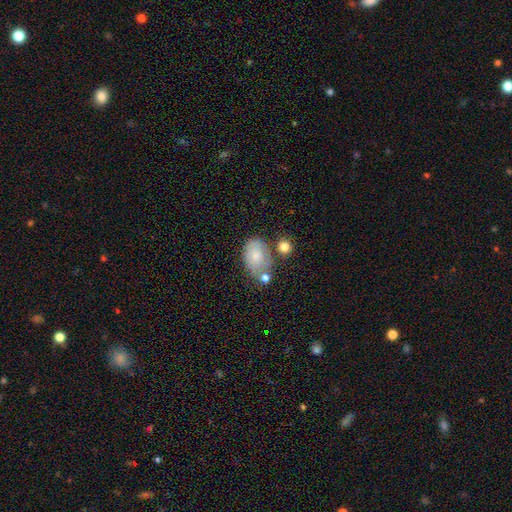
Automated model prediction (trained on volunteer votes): Smooth or featured? Predicted: smooth (p=0.73). How rounded? Predicted: in between (p=0.84). Merging? Predicted: none (p=0.53).